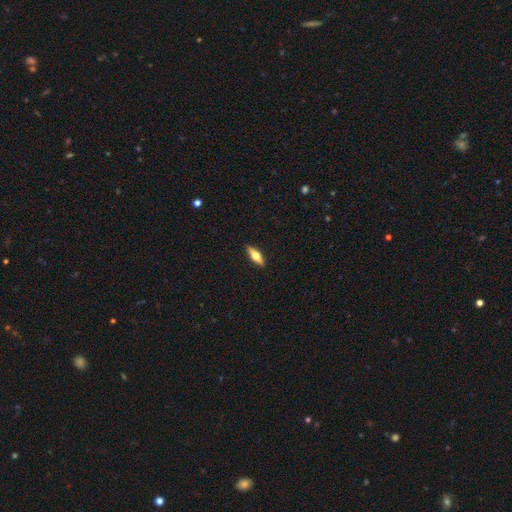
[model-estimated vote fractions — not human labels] smooth 54%, featured or disk 40%, star or artifact 6%. Down the decision tree: how rounded — in between (57%); merging — none (91%).